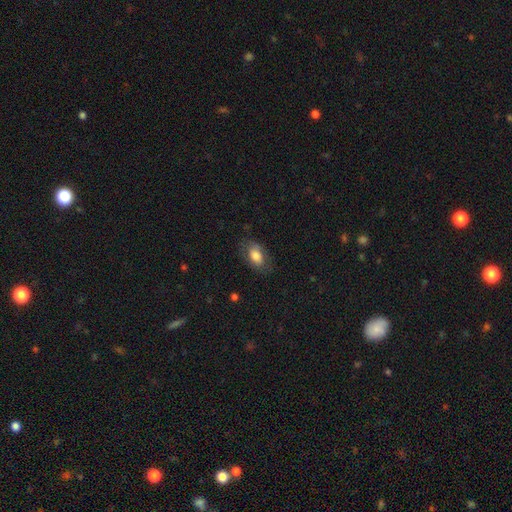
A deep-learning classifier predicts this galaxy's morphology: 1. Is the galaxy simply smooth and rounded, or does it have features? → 77% smooth, 15% featured or disk, 8% star or artifact.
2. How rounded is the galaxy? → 89% in between, 9% round, 2% cigar-shaped.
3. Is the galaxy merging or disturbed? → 73% none, 19% minor disturbance, 7% major disturbance, 1% merger.